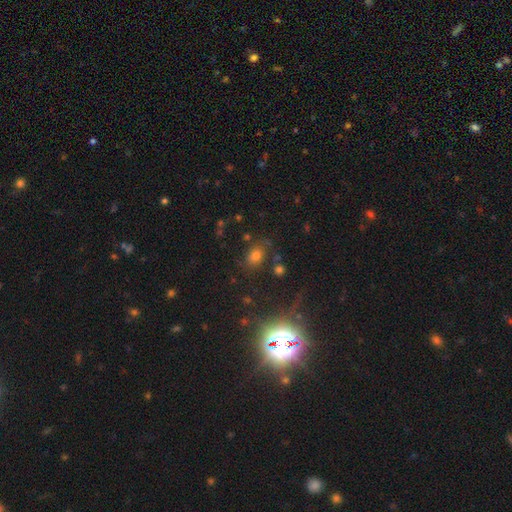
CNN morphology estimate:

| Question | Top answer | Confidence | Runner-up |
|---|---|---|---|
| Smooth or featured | smooth | 66% | star or artifact (22%) |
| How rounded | in between | 59% | round (40%) |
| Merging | none | 73% | minor disturbance (15%) |